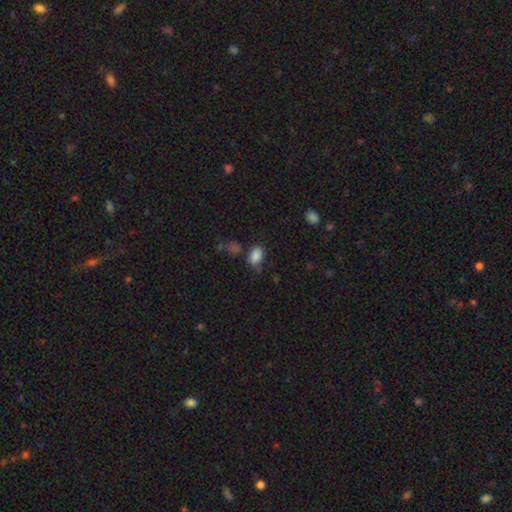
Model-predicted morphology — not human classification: Smooth or featured: smooth — 85% (star or artifact — 10%)
How rounded: in between — 84% (round — 14%)
Merging: none — 62% (minor disturbance — 25%)